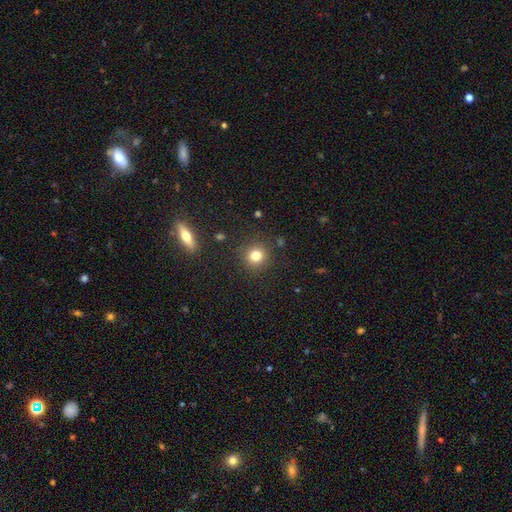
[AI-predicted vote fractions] A smooth galaxy with no disk features (79%) that is round (92%). Merging: none (89%).